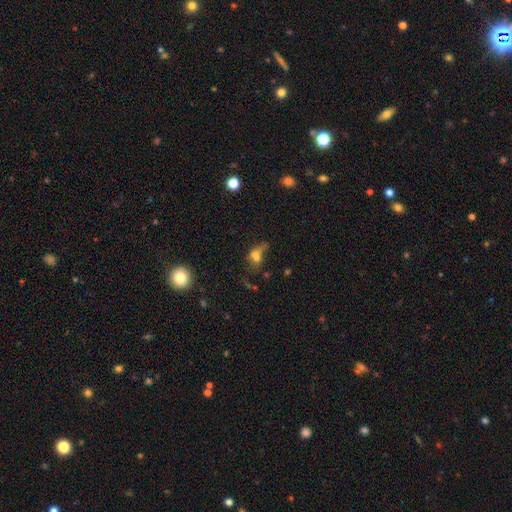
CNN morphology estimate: A smooth galaxy with no disk features (56%) that is in between round and cigar-shaped (67%). Merging: merger (30%).